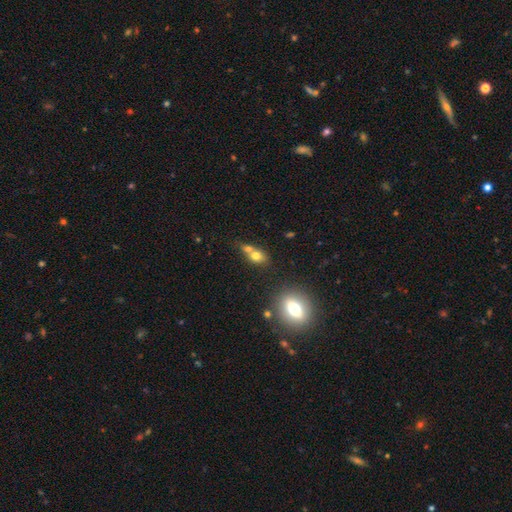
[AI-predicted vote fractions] This appears to be a smooth galaxy with no disk features (71%) that is in between round and cigar-shaped (60%). Merging: merger (50%).